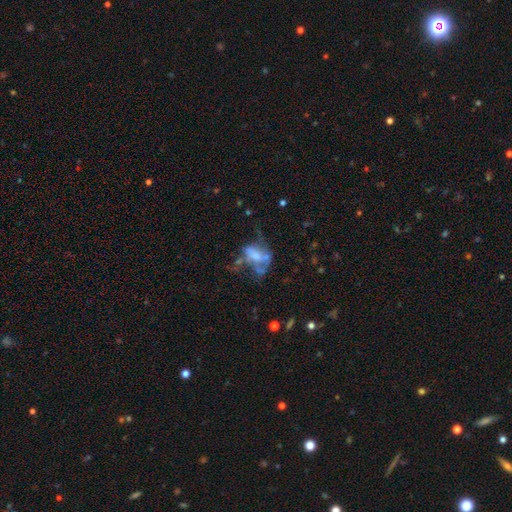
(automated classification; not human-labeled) smooth_or_featured: featured or disk (p=0.53) [alt: smooth p=0.35]
disk_edge_on: no (p=0.96) [alt: yes p=0.04]
bar: no (p=0.73) [alt: weak p=0.19]
has_spiral_arms: no (p=0.74) [alt: yes p=0.26]
bulge_size: none (p=0.35) [alt: moderate p=0.28]
merging: major disturbance (p=0.41) [alt: none p=0.25]